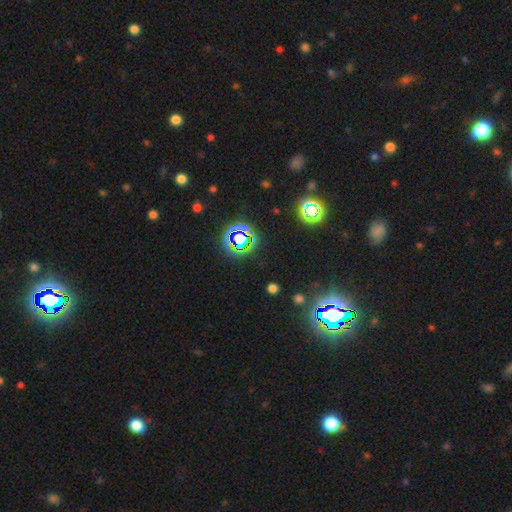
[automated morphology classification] smooth-or-featured: star or artifact: 79% | smooth: 14% | featured or disk: 7%